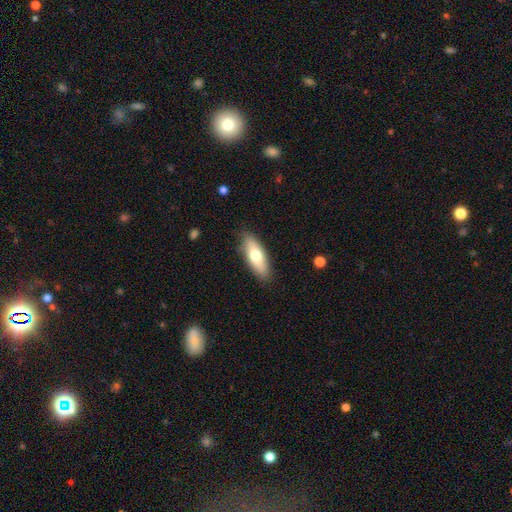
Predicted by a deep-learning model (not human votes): Smooth or featured: smooth — 67% (featured or disk — 27%)
How rounded: in between — 64% (cigar-shaped — 33%)
Merging: none — 86% (minor disturbance — 11%)